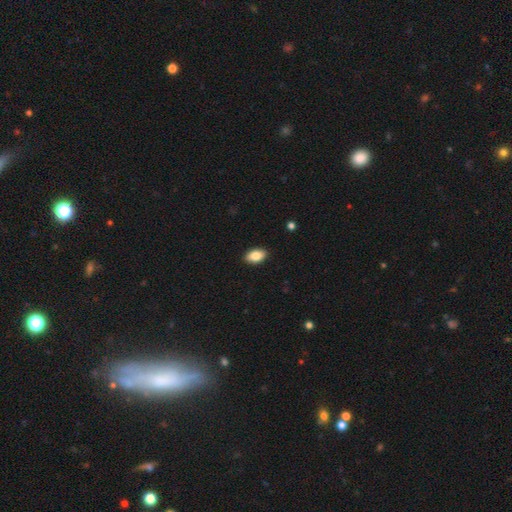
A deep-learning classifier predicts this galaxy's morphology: The model was most divided on "smooth or featured": smooth: 86%, featured or disk: 7%, star or artifact: 7%. More confident: how rounded — in between (92%); merging — none (90%).